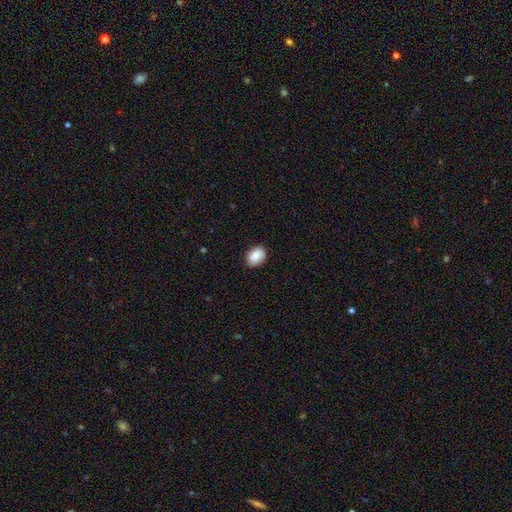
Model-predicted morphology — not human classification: smooth_or_featured: smooth (p=0.86) [alt: star or artifact p=0.07]
how_rounded: in between (p=0.73) [alt: round p=0.26]
merging: none (p=0.84) [alt: minor disturbance p=0.13]